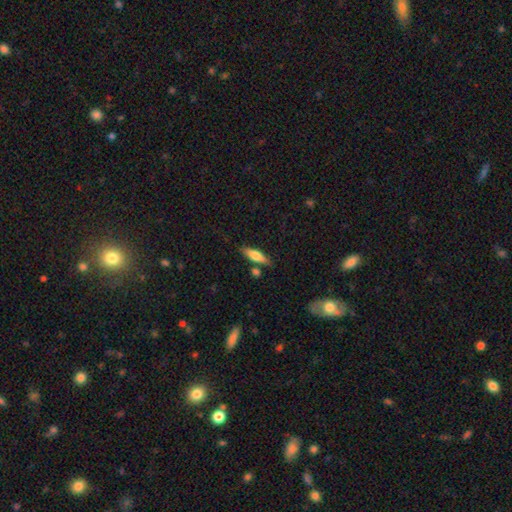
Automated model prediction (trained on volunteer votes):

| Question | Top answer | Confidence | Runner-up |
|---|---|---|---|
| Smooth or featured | smooth | 65% | featured or disk (28%) |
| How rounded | cigar-shaped | 57% | in between (41%) |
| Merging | none | 76% | minor disturbance (13%) |